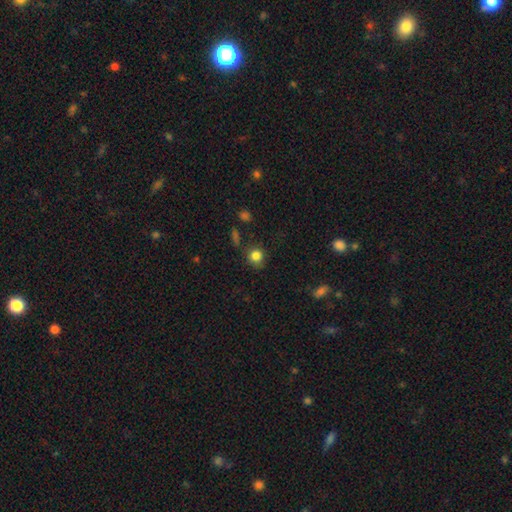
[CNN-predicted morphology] Smooth or featured? Predicted: smooth (p=0.83). How rounded? Predicted: round (p=0.86). Merging? Predicted: none (p=0.82).